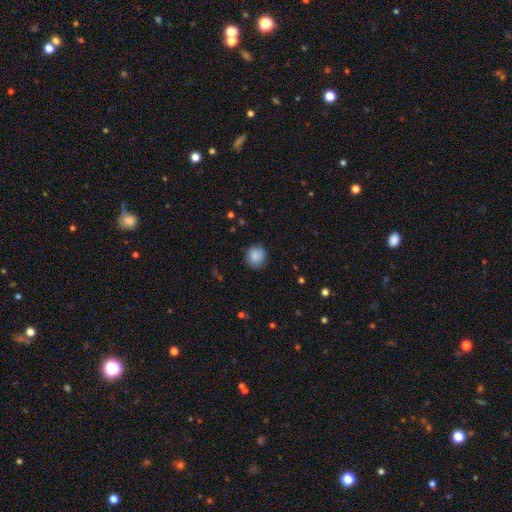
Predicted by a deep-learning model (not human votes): smooth_or_featured: smooth (p=0.87) [alt: star or artifact p=0.08]
how_rounded: round (p=0.91) [alt: in between p=0.08]
merging: none (p=0.86) [alt: minor disturbance p=0.10]